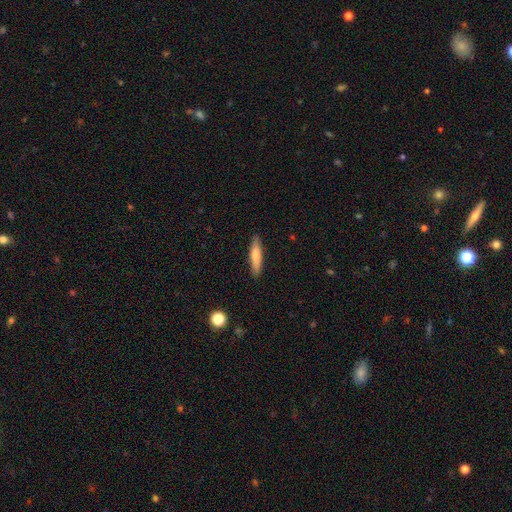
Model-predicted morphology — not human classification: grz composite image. It shows a smooth galaxy with no disk features (73%) that is cigar-shaped (83%). Merging: none (88%).